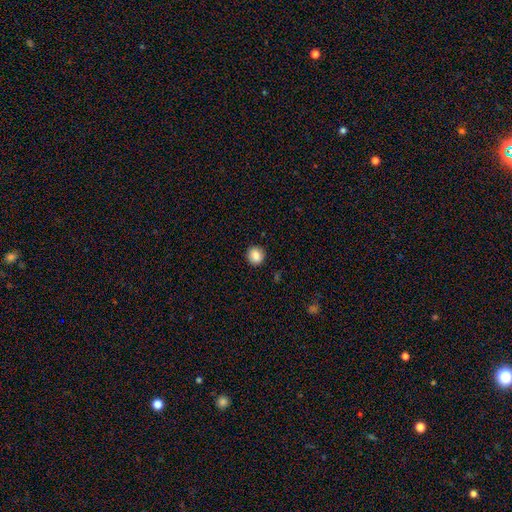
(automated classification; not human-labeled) Overall: smooth (86%). How rounded: round (88%). Merging: none (91%).